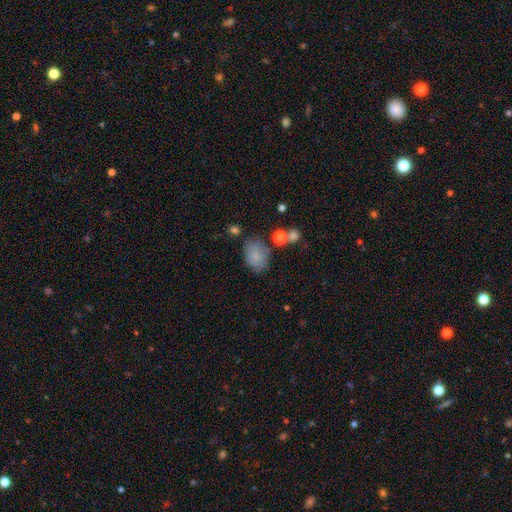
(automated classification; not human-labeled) smooth-or-featured: smooth: 81% | featured or disk: 10% | star or artifact: 9%
  how-rounded: in between: 78% | round: 21% | cigar-shaped: 1%
  merging: none: 69% | minor disturbance: 19% | merger: 6% | major disturbance: 6%